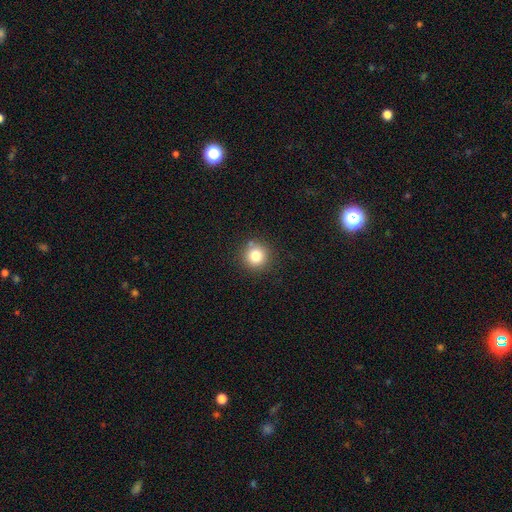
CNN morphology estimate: The model was most divided on "smooth or featured": smooth: 80%, star or artifact: 12%, featured or disk: 8%. More confident: how rounded — round (94%); merging — none (86%).